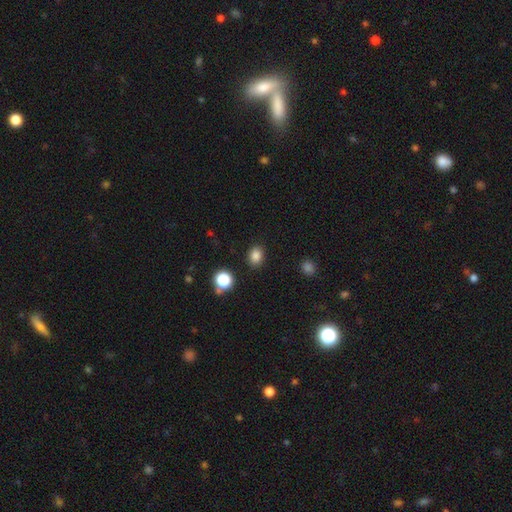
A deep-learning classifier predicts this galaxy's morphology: type=smooth (83%); roundness=in between (52%); merging=none (87%).